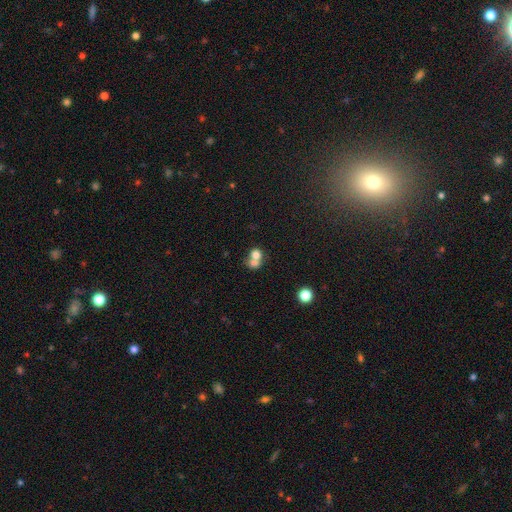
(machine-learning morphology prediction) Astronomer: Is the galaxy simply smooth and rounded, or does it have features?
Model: smooth — 72%.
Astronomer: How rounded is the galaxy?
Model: round — 70%.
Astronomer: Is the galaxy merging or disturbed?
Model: merger — 64%.